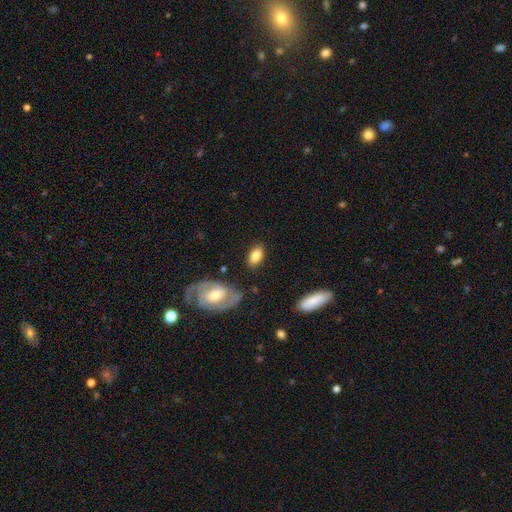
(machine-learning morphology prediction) smooth 78%, featured or disk 15%, star or artifact 7%. Down the decision tree: how rounded — in between (90%); merging — none (79%).